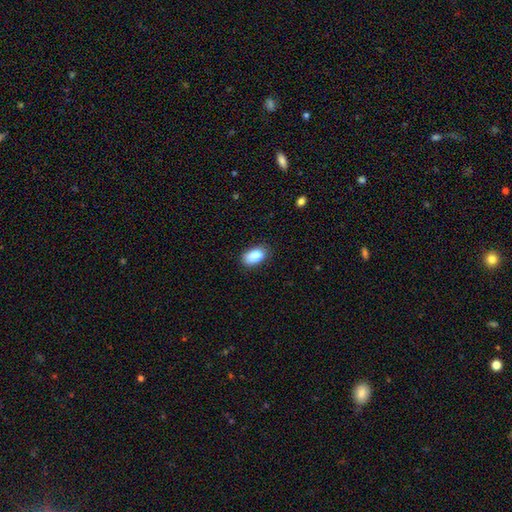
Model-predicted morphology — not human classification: A smooth galaxy with no disk features (87%) that is in between round and cigar-shaped (92%).

Vote fractions:
- Smooth or featured? smooth: 87% / star or artifact: 7% / featured or disk: 6%
- How rounded? in between: 92% / round: 6% / cigar-shaped: 2%
- Merging? none: 85% / minor disturbance: 12% / major disturbance: 2% / merger: 1%